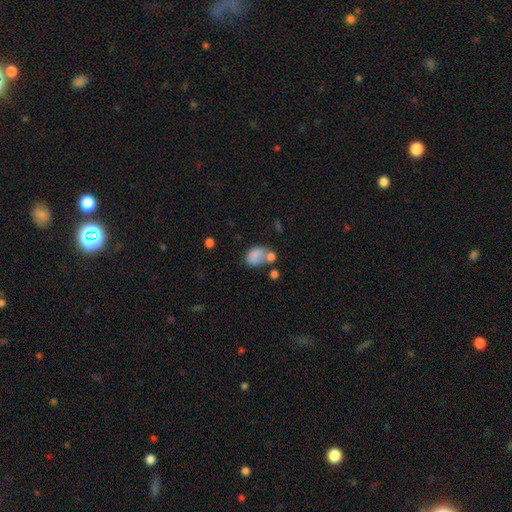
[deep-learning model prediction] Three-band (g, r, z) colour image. It shows a smooth galaxy with no disk features (78%) that is in between round and cigar-shaped (66%). Merging: none (37%).